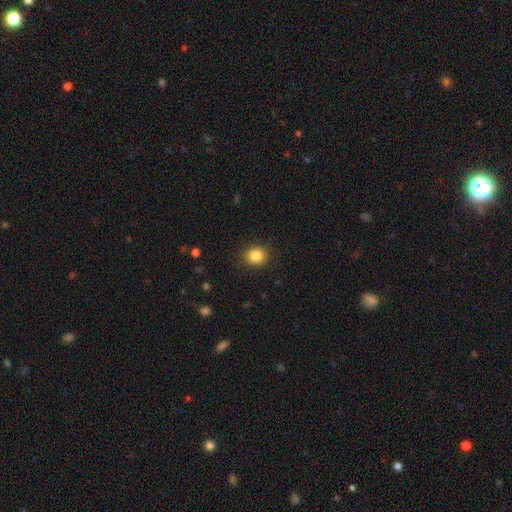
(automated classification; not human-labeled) Smooth or featured: smooth — 85% (star or artifact — 10%)
How rounded: round — 76% (in between — 23%)
Merging: none — 89% (minor disturbance — 8%)